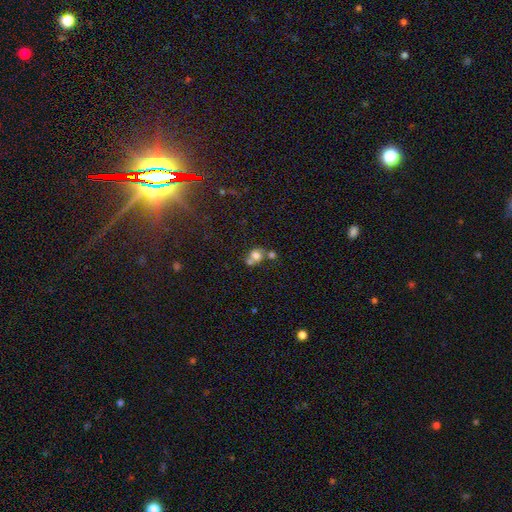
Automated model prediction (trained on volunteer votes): A smooth galaxy with no disk features (70%) that is round (63%).

Vote fractions:
- Smooth or featured? smooth: 70% / featured or disk: 17% / star or artifact: 13%
- How rounded? round: 63% / in between: 36% / cigar-shaped: 1%
- Merging? merger: 47% / none: 37% / minor disturbance: 11% / major disturbance: 5%